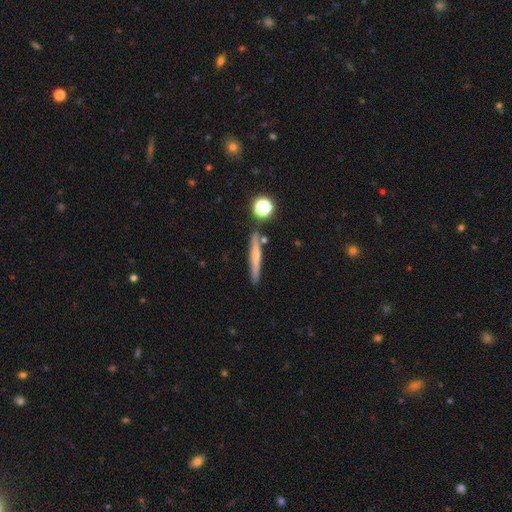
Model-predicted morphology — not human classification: A smooth galaxy with no disk features (49%).

Vote fractions:
- Smooth or featured? smooth: 49% / featured or disk: 42% / star or artifact: 10%
- Merging? none: 83% / minor disturbance: 10% / merger: 6% / major disturbance: 2%